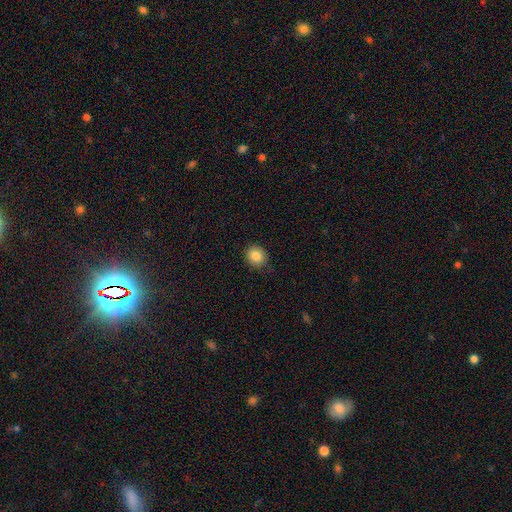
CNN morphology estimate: This appears to be a smooth galaxy with no disk features (85%) that is round (73%). Merging: none (86%).